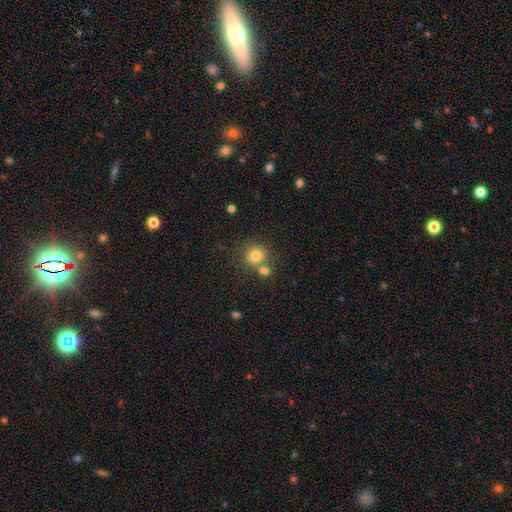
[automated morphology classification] Overall: smooth (80%). How rounded: round (88%). Merging: none (62%; merger 26%).